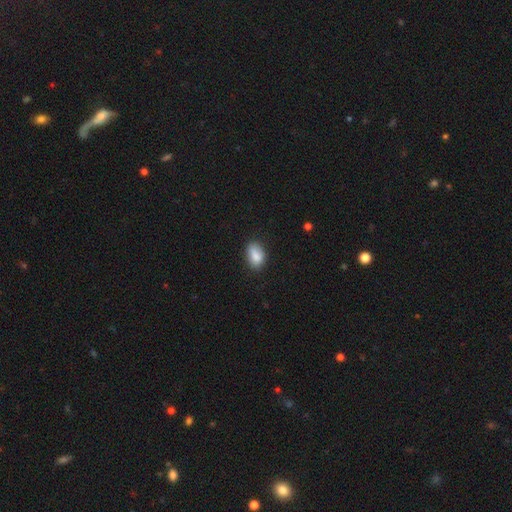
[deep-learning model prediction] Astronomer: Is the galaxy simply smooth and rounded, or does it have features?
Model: smooth — 83%.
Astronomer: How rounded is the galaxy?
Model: in between — 87%.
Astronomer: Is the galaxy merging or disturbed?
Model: none — 69%.